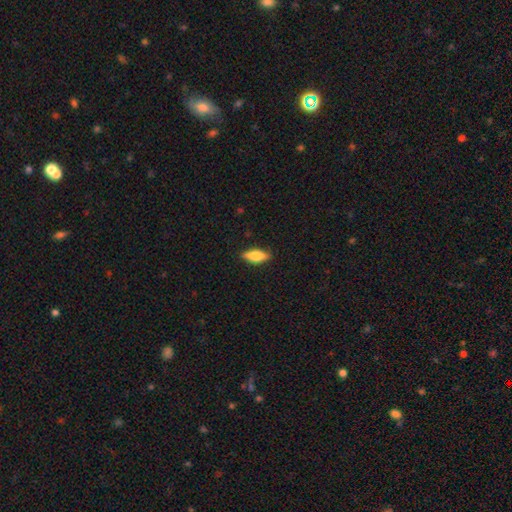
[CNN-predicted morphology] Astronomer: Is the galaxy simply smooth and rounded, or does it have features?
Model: smooth — 73%.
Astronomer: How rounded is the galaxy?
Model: in between — 65%.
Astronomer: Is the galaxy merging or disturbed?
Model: none — 87%.